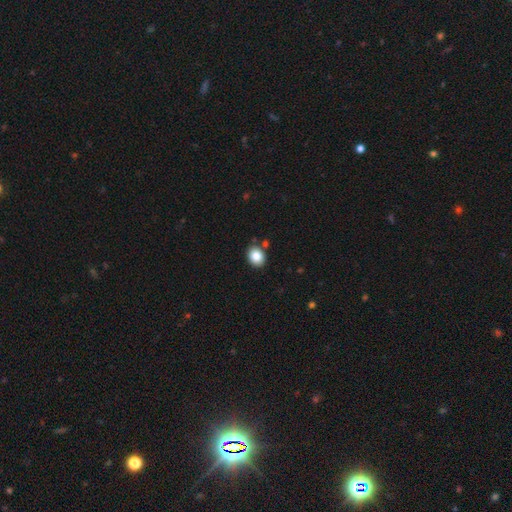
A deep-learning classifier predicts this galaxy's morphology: smooth-or-featured: smooth: 85% | star or artifact: 9% | featured or disk: 6%
  how-rounded: in between: 52% | round: 47% | cigar-shaped: 1%
  merging: none: 84% | minor disturbance: 9% | merger: 5% | major disturbance: 2%